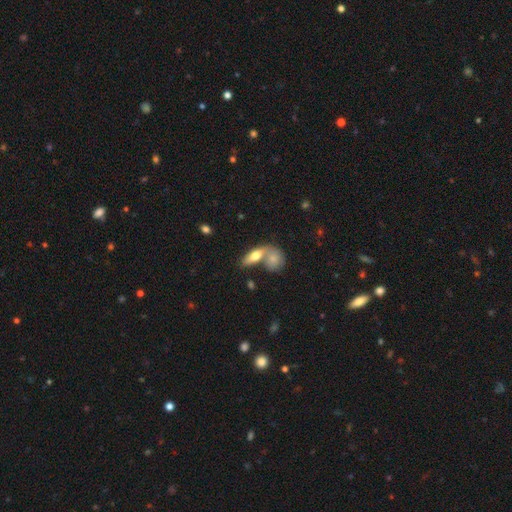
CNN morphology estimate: This appears to be a smooth galaxy with no disk features (68%) that is in between round and cigar-shaped (67%). Merging: merger (52%).